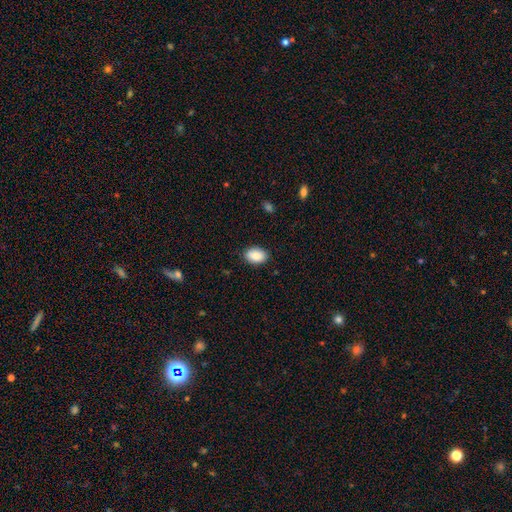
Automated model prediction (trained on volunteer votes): Morphology: type=smooth (89%); roundness=in between (88%); merging=none (87%).